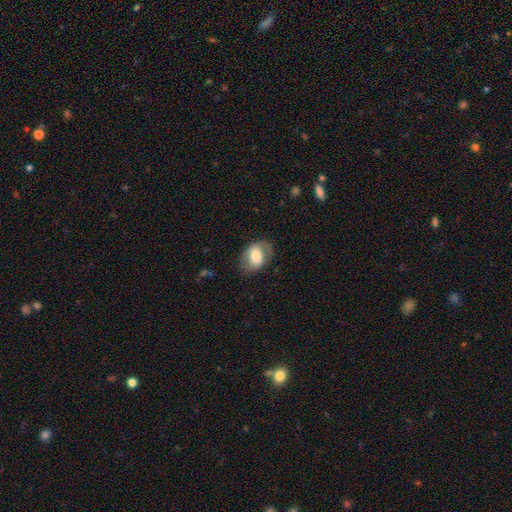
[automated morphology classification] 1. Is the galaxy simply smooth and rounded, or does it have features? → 59% smooth, 34% featured or disk, 7% star or artifact.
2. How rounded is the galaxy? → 77% in between, 22% round, 1% cigar-shaped.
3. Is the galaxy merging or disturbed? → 67% none, 20% minor disturbance, 11% major disturbance, 1% merger.